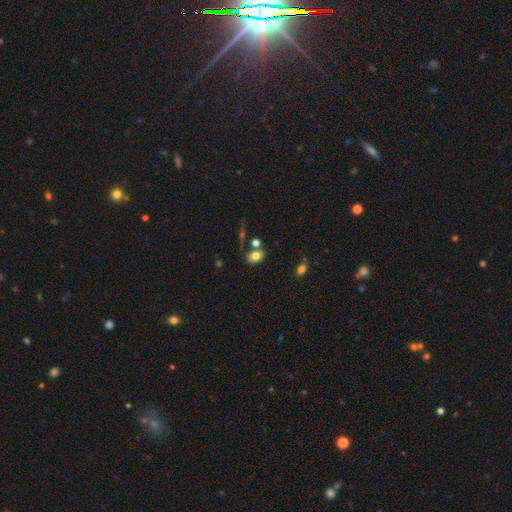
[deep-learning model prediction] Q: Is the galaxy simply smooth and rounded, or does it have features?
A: smooth — 76%.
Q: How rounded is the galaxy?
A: in between — 72%.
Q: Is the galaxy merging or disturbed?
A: none — 63%.